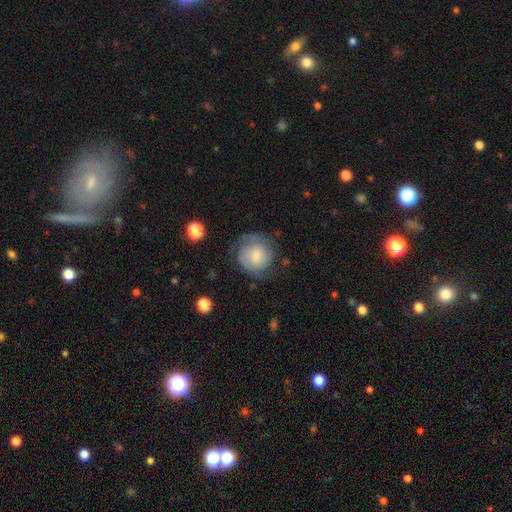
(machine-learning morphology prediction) A smooth galaxy with no disk features (54%) that is round (88%).

Vote fractions:
- Smooth or featured? smooth: 54% / featured or disk: 39% / star or artifact: 7%
- How rounded? round: 88% / in between: 11% / cigar-shaped: 1%
- Merging? none: 59% / minor disturbance: 24% / major disturbance: 15% / merger: 2%